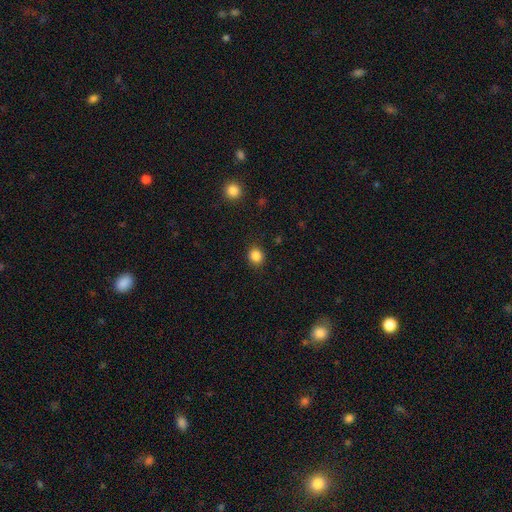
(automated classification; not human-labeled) A smooth galaxy with no disk features (85%) that is round (84%). Merging: none (88%).